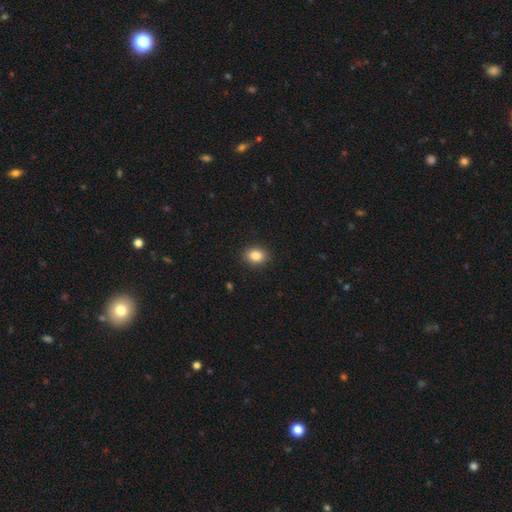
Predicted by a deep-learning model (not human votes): smooth_or_featured: smooth (p=0.85) [alt: star or artifact p=0.09]
how_rounded: in between (p=0.62) [alt: round p=0.37]
merging: none (p=0.90) [alt: minor disturbance p=0.07]